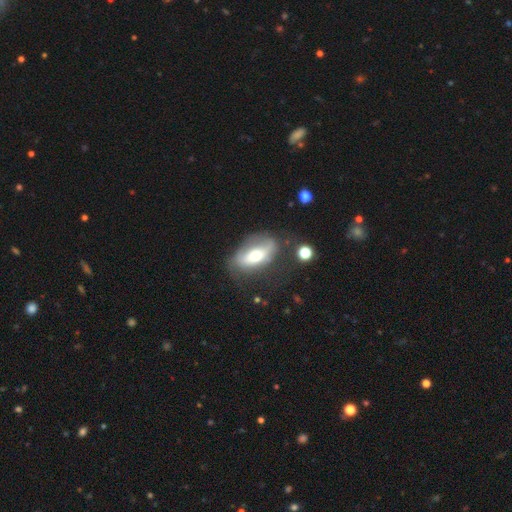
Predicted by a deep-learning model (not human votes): Smooth or featured?
  - smooth: 46% * (tied)
  - featured or disk: 46% * (tied)
  - star or artifact: 8%
Merging?
  - none: 53% *
  - minor disturbance: 25%
  - major disturbance: 17%
  - merger: 4%